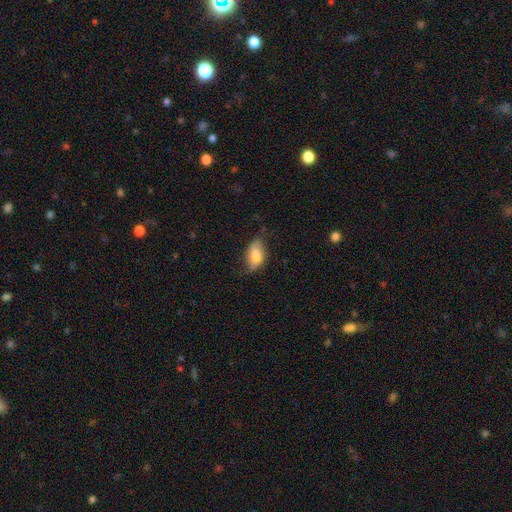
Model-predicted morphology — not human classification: A smooth galaxy with no disk features (73%) that is in between round and cigar-shaped (91%).

Vote fractions:
- Smooth or featured? smooth: 73% / featured or disk: 20% / star or artifact: 7%
- How rounded? in between: 91% / round: 5% / cigar-shaped: 4%
- Merging? none: 51% / minor disturbance: 35% / major disturbance: 11% / merger: 2%